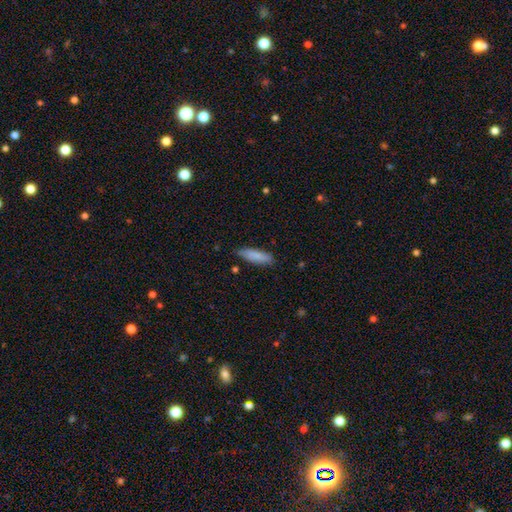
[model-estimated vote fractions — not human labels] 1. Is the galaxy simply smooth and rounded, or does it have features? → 85% smooth, 9% featured or disk, 6% star or artifact.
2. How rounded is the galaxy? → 57% cigar-shaped, 41% in between, 2% round.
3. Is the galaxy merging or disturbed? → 81% none, 15% minor disturbance, 2% major disturbance, 2% merger.